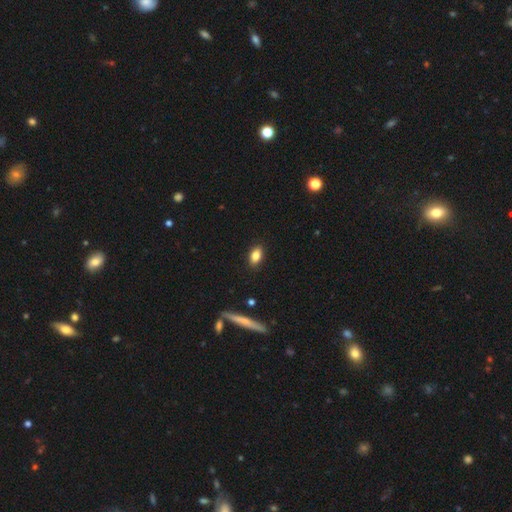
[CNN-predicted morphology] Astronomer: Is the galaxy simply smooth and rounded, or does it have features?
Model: smooth — 83%.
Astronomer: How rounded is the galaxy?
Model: in between — 86%.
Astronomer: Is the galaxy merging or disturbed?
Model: none — 88%.